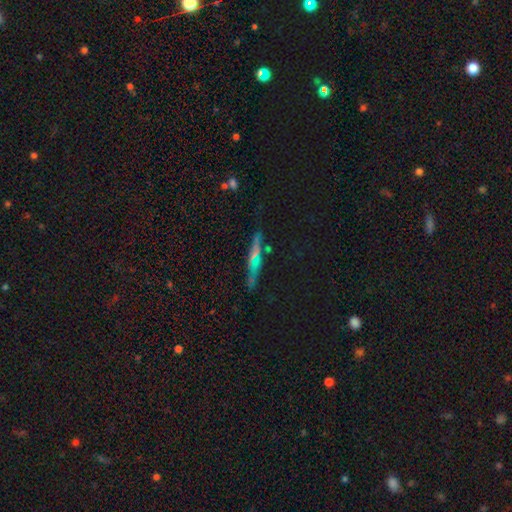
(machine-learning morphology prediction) A featured or disk galaxy (38%).

Vote fractions:
- Smooth or featured? featured or disk: 38% / smooth: 36% / star or artifact: 26%
- Merging? none: 80% / minor disturbance: 13% / major disturbance: 4% / merger: 3%